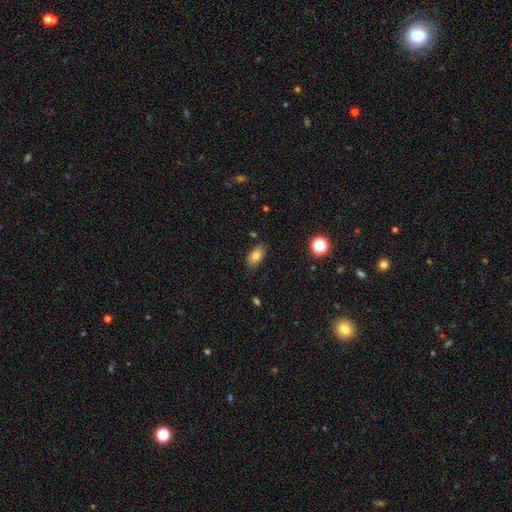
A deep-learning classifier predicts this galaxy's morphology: A smooth galaxy with no disk features (80%) that is in between round and cigar-shaped (89%). Merging: none (82%).